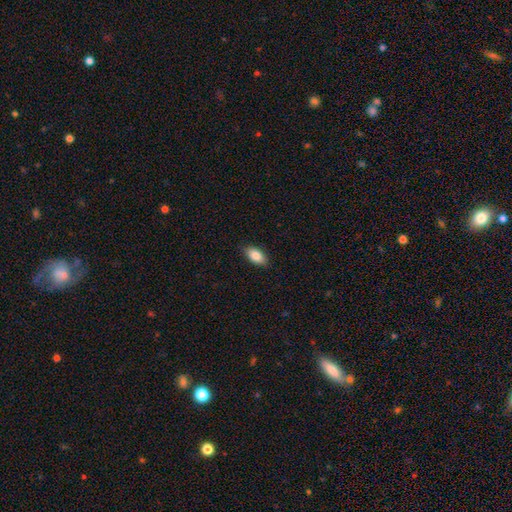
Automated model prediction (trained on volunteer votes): This appears to be a smooth galaxy with no disk features (86%) that is in between round and cigar-shaped (92%). Merging: none (87%).